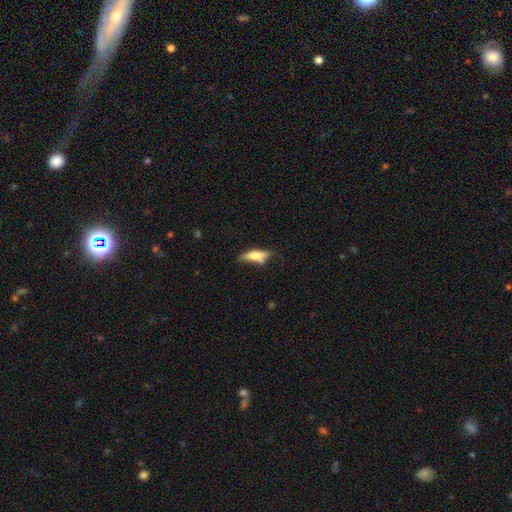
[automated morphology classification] The model was most divided on "how rounded": cigar-shaped: 54%, in between: 44%, round: 3%. More confident: smooth or featured — smooth (62%); merging — none (58%).